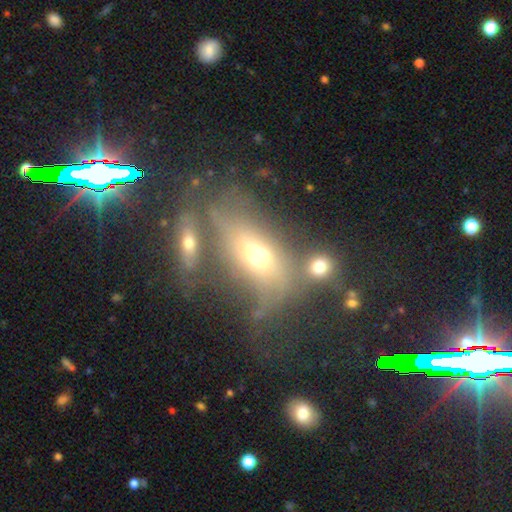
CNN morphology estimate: Smooth or featured: smooth — 49% (featured or disk — 36%)
Merging: merger — 33% (tied with none — 33%)